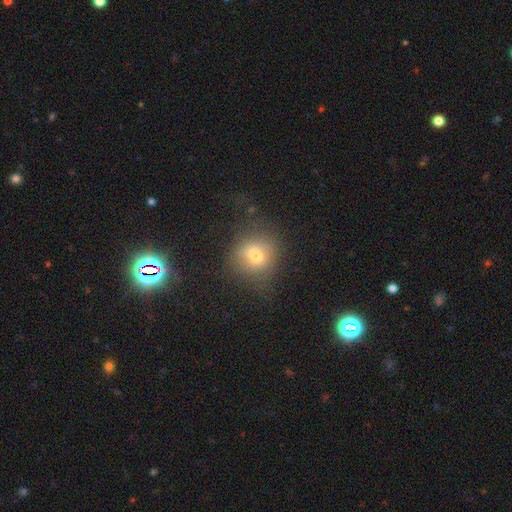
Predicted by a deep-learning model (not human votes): smooth_or_featured: smooth (p=0.67) [alt: featured or disk p=0.17]
how_rounded: round (p=0.82) [alt: in between p=0.17]
merging: none (p=0.63) [alt: minor disturbance p=0.20]